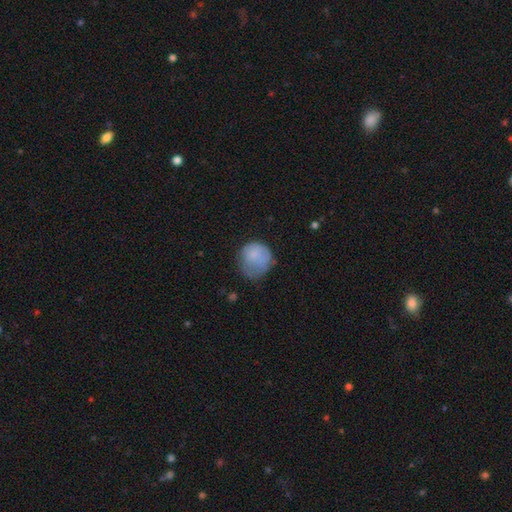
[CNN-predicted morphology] Q: Smooth or featured?
A: smooth (78%); runner-up: featured or disk (14%)
Q: How rounded?
A: round (80%); runner-up: in between (19%)
Q: Merging?
A: none (38%); runner-up: minor disturbance (36%)